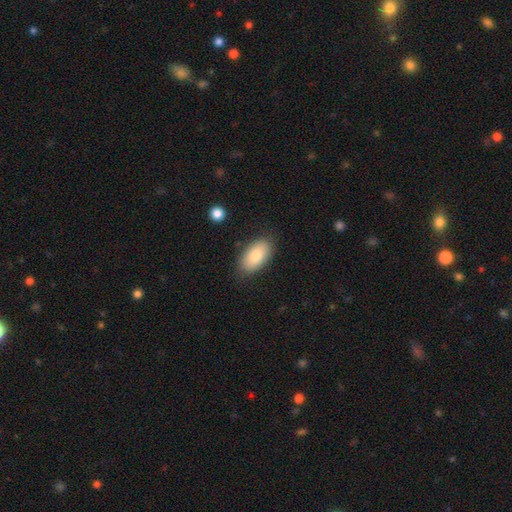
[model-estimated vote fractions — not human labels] Overall: smooth (81%). How rounded: in between (94%). Merging: none (83%).